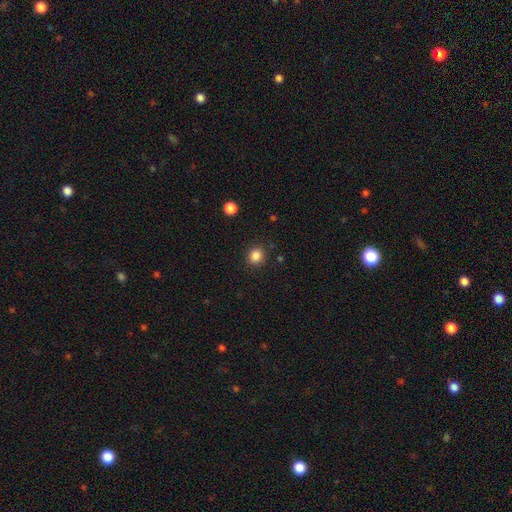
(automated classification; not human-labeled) Smooth or featured: smooth — 85% (star or artifact — 11%)
How rounded: round — 82% (in between — 17%)
Merging: none — 88% (minor disturbance — 8%)